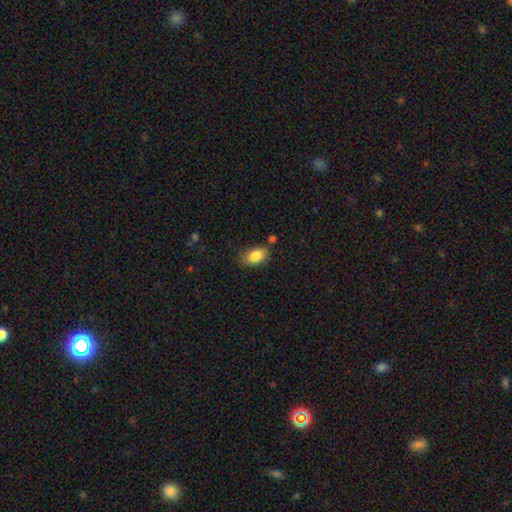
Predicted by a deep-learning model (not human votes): This is clearly a smooth galaxy (86%). How rounded: clearly in between (88%). Merging: likely none (73%).